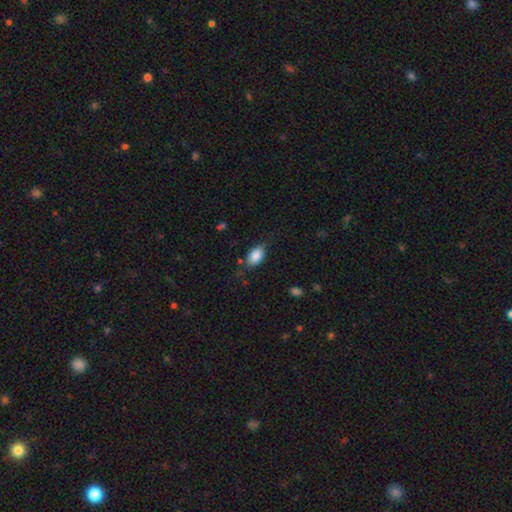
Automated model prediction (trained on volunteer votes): Morphology: type=smooth (85%); roundness=in between (88%); merging=none (70%).